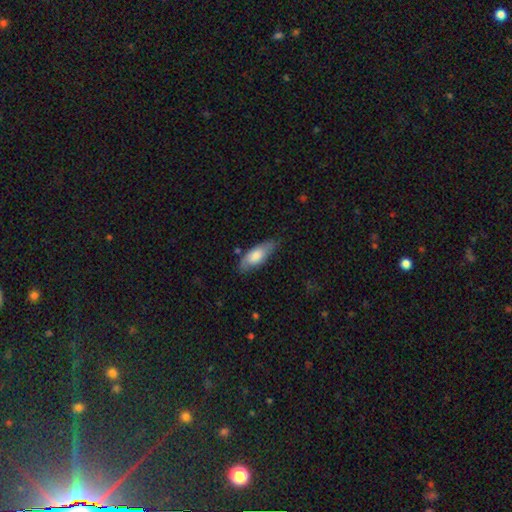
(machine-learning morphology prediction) Smooth or featured?
  - smooth: 71% *
  - featured or disk: 23%
  - star or artifact: 6%
How rounded?
  - in between: 74% *
  - cigar-shaped: 24%
  - round: 2%
Merging?
  - none: 71% *
  - minor disturbance: 23%
  - major disturbance: 4%
  - merger: 2%